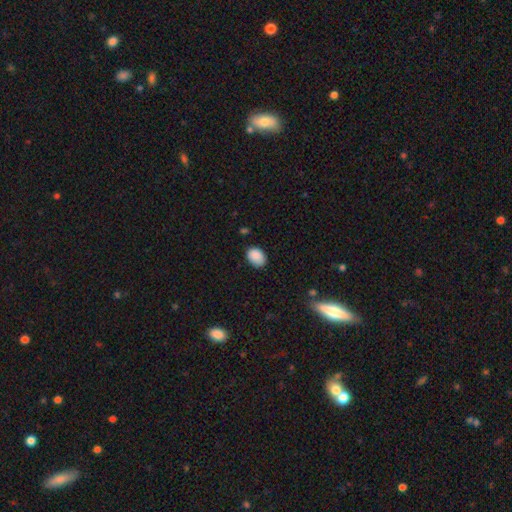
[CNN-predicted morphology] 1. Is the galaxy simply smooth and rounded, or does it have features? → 89% smooth, 8% star or artifact, 4% featured or disk.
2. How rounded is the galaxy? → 75% in between, 24% round, 1% cigar-shaped.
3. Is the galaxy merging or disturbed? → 80% none, 16% minor disturbance, 3% major disturbance, 1% merger.